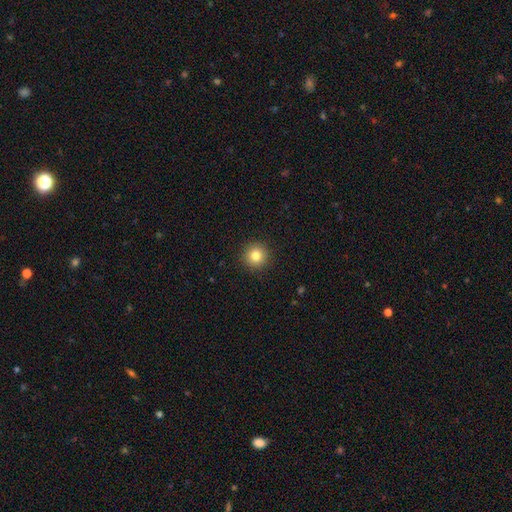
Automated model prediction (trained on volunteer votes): Q: Smooth or featured?
A: smooth (81%); runner-up: star or artifact (11%)
Q: How rounded?
A: round (95%); runner-up: in between (4%)
Q: Merging?
A: none (93%); runner-up: minor disturbance (5%)